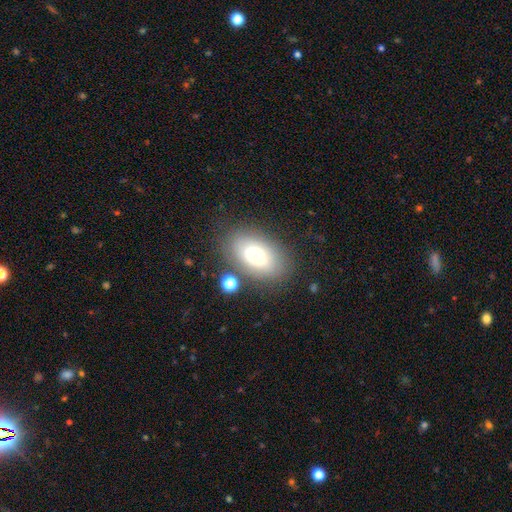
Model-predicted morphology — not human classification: smooth-or-featured: smooth: 70% | featured or disk: 20% | star or artifact: 10%
  how-rounded: in between: 89% | round: 9% | cigar-shaped: 2%
  merging: none: 76% | minor disturbance: 13% | merger: 5% | major disturbance: 5%